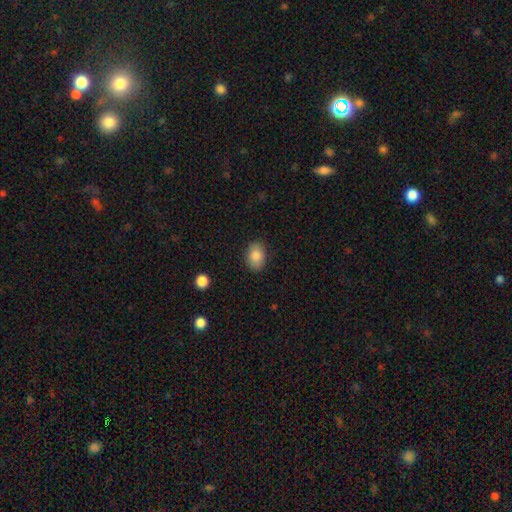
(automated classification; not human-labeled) Q: Smooth or featured?
A: smooth (84%); runner-up: star or artifact (8%)
Q: How rounded?
A: in between (80%); runner-up: round (19%)
Q: Merging?
A: none (86%); runner-up: minor disturbance (10%)